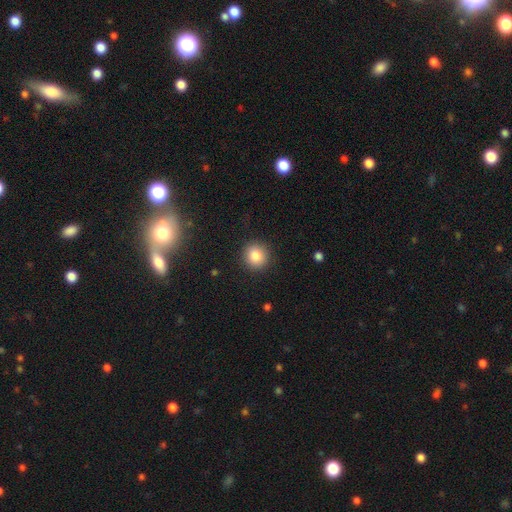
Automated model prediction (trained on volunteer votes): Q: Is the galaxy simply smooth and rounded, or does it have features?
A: smooth — 84%.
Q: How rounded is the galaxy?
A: round — 91%.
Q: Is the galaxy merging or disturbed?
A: none — 90%.